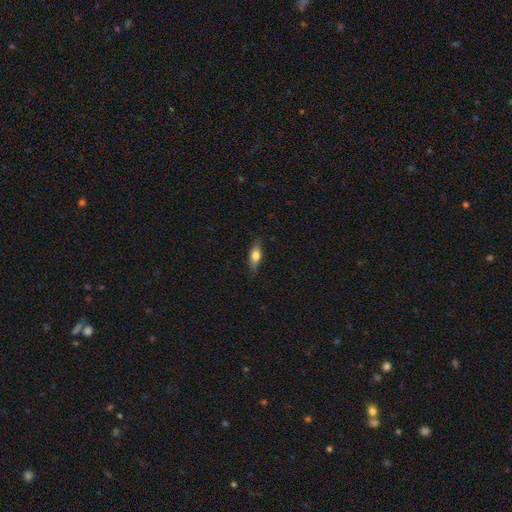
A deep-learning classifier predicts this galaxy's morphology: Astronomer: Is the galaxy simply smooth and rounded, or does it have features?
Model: smooth — 60%.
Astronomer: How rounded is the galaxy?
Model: in between — 54% (runner-up: cigar-shaped, 42%).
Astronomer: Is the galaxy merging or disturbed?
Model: none — 85%.